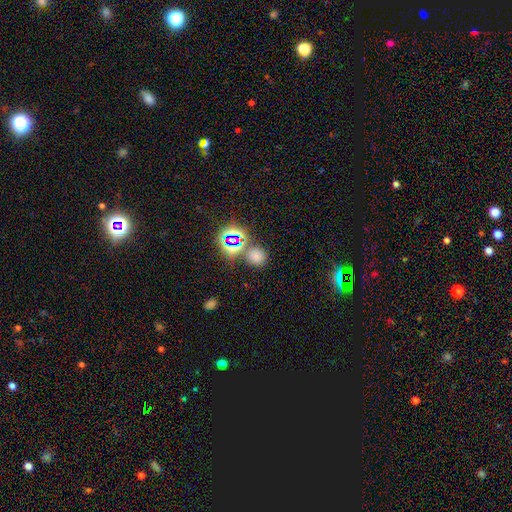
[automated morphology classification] smooth_or_featured: smooth (p=0.64) [alt: star or artifact p=0.30]
how_rounded: round (p=0.82) [alt: in between p=0.17]
merging: none (p=0.76) [alt: merger p=0.11]